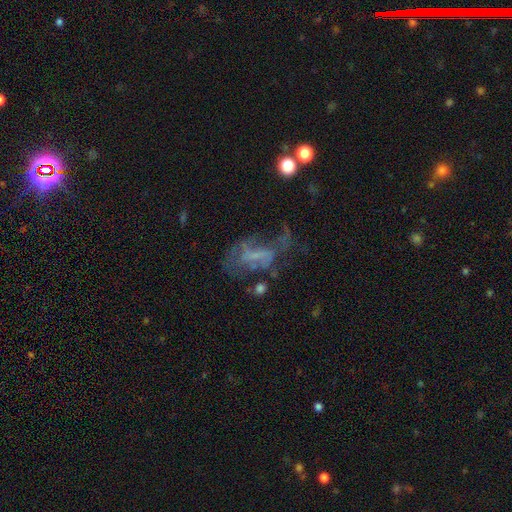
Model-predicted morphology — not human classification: Q: Smooth or featured?
A: featured or disk (57%); runner-up: smooth (24%)
Q: Edge-on disk?
A: no (95%); runner-up: yes (5%)
Q: Bar?
A: no (53%); runner-up: weak (30%)
Q: Spiral arms?
A: no (62%); runner-up: yes (38%)
Q: Bulge size?
A: none (64%); runner-up: small (21%)
Q: Merging?
A: major disturbance (45%); runner-up: none (29%)